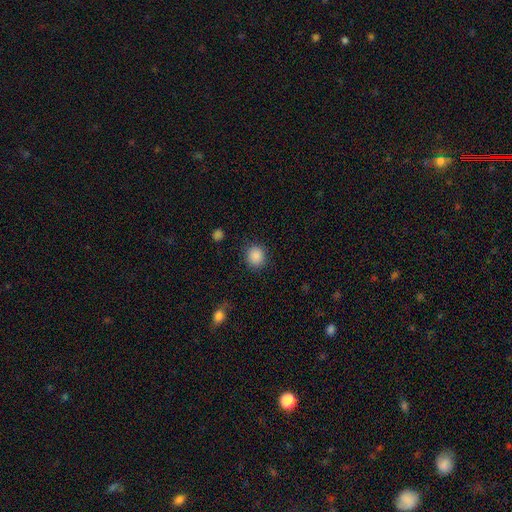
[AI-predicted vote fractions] A smooth galaxy with no disk features (88%) that is round (85%).

Vote fractions:
- Smooth or featured? smooth: 88% / star or artifact: 9% / featured or disk: 3%
- How rounded? round: 85% / in between: 14% / cigar-shaped: 1%
- Merging? none: 88% / minor disturbance: 8% / major disturbance: 3% / merger: 1%